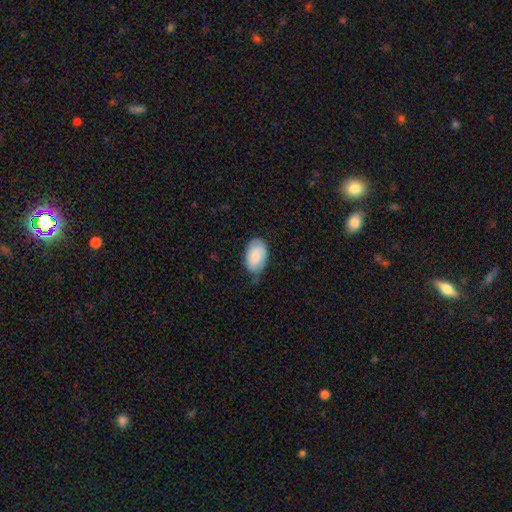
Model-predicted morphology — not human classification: smooth 80%, featured or disk 15%, star or artifact 6%. Down the decision tree: how rounded — in between (93%); merging — none (60%).